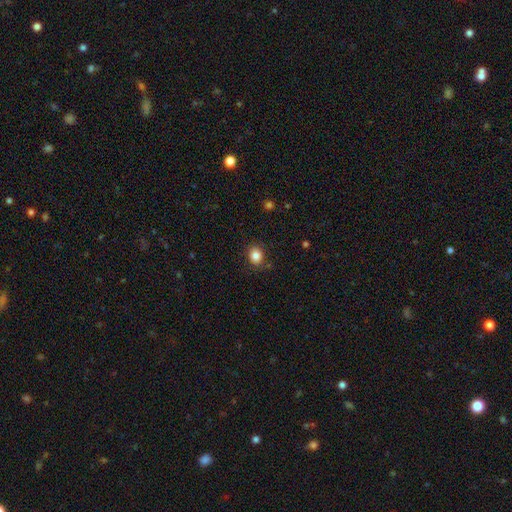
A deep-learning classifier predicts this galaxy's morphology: smooth_or_featured: smooth (p=0.84) [alt: star or artifact p=0.10]
how_rounded: round (p=0.56) [alt: in between p=0.43]
merging: none (p=0.84) [alt: minor disturbance p=0.11]